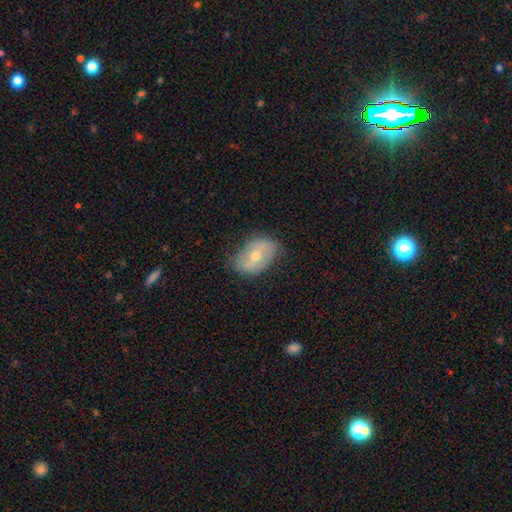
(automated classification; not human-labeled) Smooth or featured? Predicted: featured or disk (p=0.53). Edge-on disk? Predicted: no (p=0.93). Merging? Predicted: none (p=0.72).